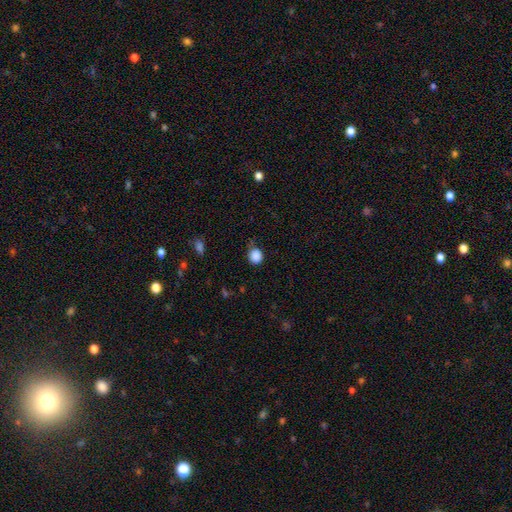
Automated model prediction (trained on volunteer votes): A smooth galaxy with no disk features (88%) that is round (82%).

Vote fractions:
- Smooth or featured? smooth: 88% / star or artifact: 9% / featured or disk: 3%
- How rounded? round: 82% / in between: 17% / cigar-shaped: 1%
- Merging? none: 75% / minor disturbance: 18% / major disturbance: 4% / merger: 2%